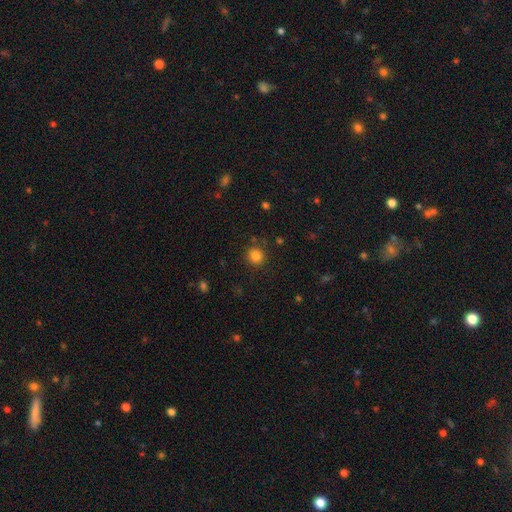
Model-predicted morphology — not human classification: smooth-or-featured: smooth: 83% | star or artifact: 12% | featured or disk: 4%
  how-rounded: round: 92% | in between: 7% | cigar-shaped: 1%
  merging: none: 88% | minor disturbance: 7% | major disturbance: 3% | merger: 2%